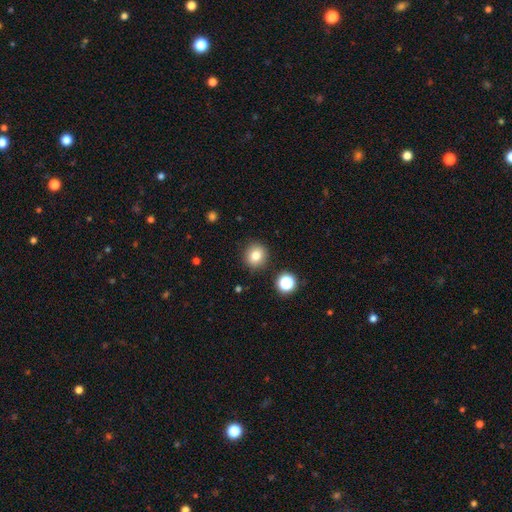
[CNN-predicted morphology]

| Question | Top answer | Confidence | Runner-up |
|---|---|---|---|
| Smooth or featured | smooth | 80% | star or artifact (12%) |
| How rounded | round | 88% | in between (11%) |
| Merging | none | 88% | minor disturbance (7%) |